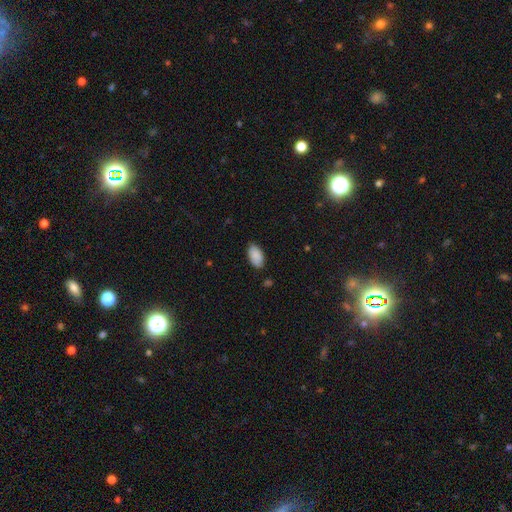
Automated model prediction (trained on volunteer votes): This appears to be a smooth galaxy with no disk features (89%) that is in between round and cigar-shaped (95%). Merging: none (84%).